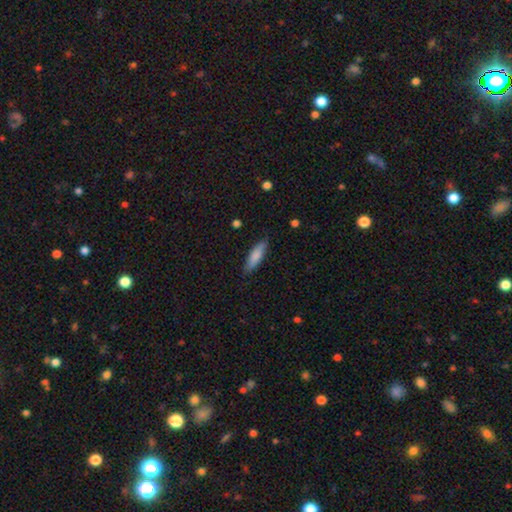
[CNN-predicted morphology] The model was most divided on "how rounded": cigar-shaped: 63%, in between: 36%, round: 2%. More confident: merging — none (84%); smooth or featured — smooth (79%).